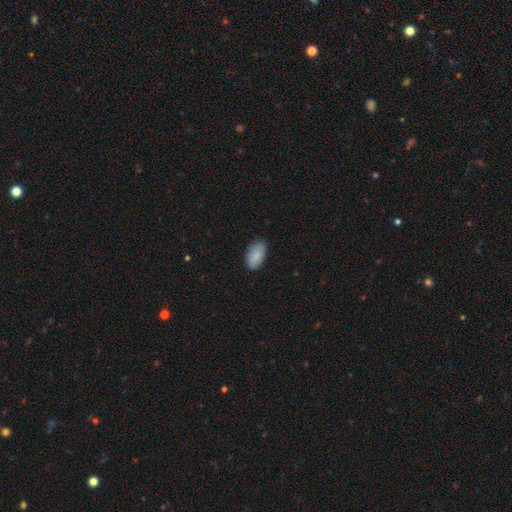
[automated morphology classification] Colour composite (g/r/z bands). It shows a smooth galaxy with no disk features (86%) that is in between round and cigar-shaped (93%). Merging: none (81%).